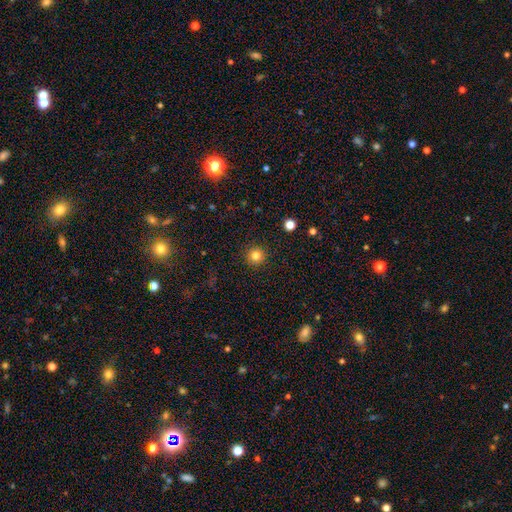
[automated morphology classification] Smooth or featured? smooth (82%)
How rounded? round (96%)
Merging? none (92%)